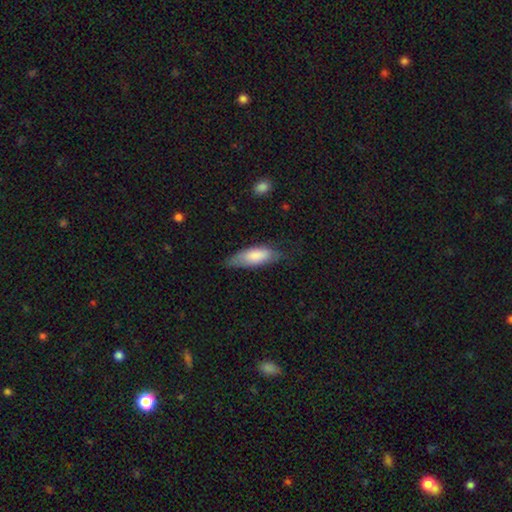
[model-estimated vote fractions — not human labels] A smooth galaxy with no disk features (81%) that is in between round and cigar-shaped (68%). Merging: none (61%).